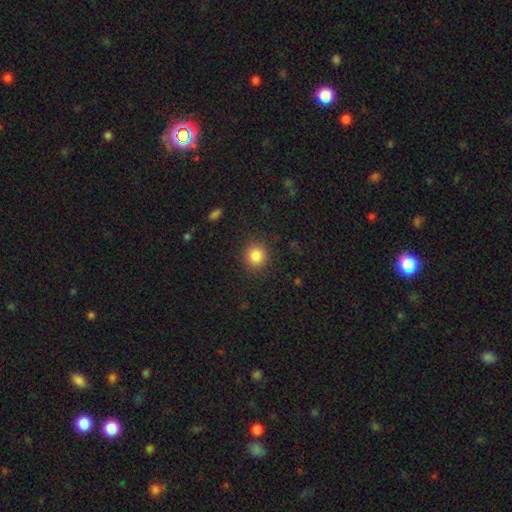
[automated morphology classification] Smooth or featured? smooth (85%)
How rounded? round (87%)
Merging? none (89%)